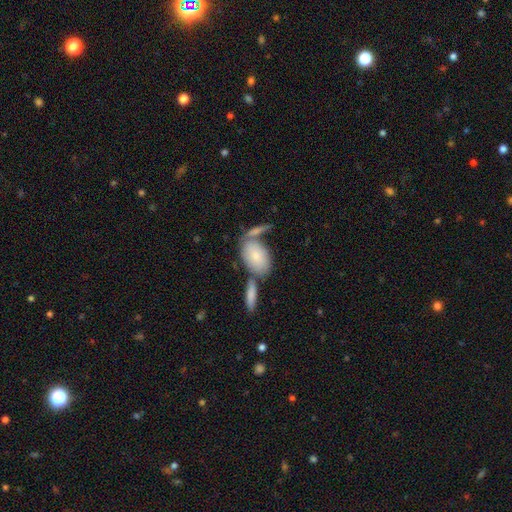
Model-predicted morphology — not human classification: Smooth or featured? smooth (74%)
How rounded? in between (89%)
Merging? none (47%)